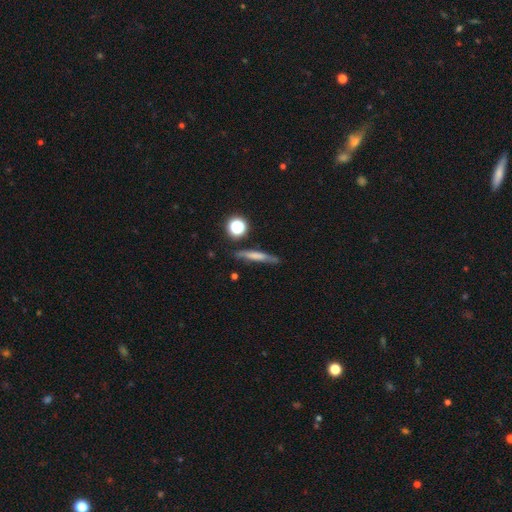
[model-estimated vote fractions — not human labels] This is possibly a smooth galaxy (58%). How rounded: clearly cigar-shaped (84%). Merging: likely none (77%).